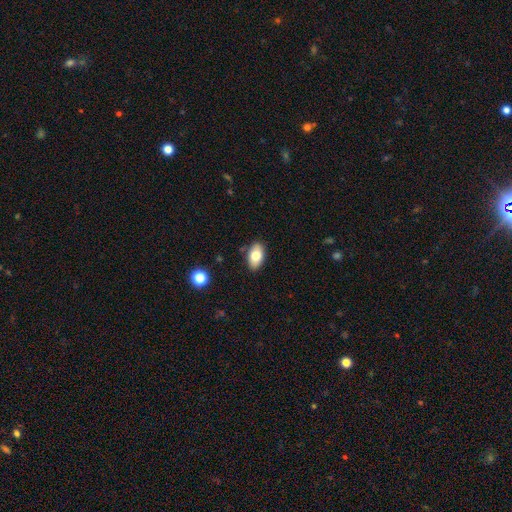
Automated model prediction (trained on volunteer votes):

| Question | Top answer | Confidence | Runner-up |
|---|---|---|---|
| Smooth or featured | smooth | 78% | featured or disk (14%) |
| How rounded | in between | 92% | round (5%) |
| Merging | none | 85% | minor disturbance (11%) |